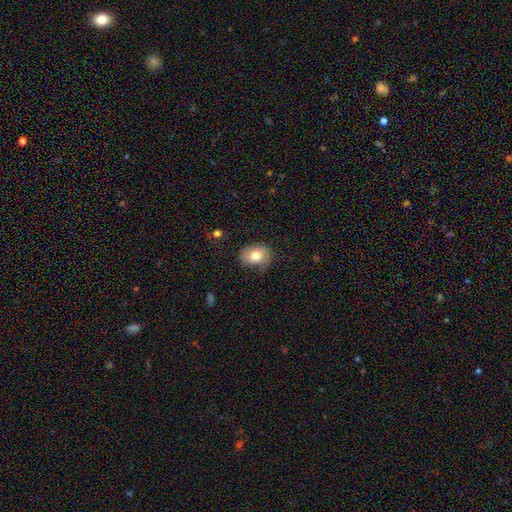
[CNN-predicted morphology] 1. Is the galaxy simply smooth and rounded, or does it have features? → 71% smooth, 22% featured or disk, 8% star or artifact.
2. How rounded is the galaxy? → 64% in between, 35% round, 1% cigar-shaped.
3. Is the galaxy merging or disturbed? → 66% none, 25% minor disturbance, 8% major disturbance, 1% merger.